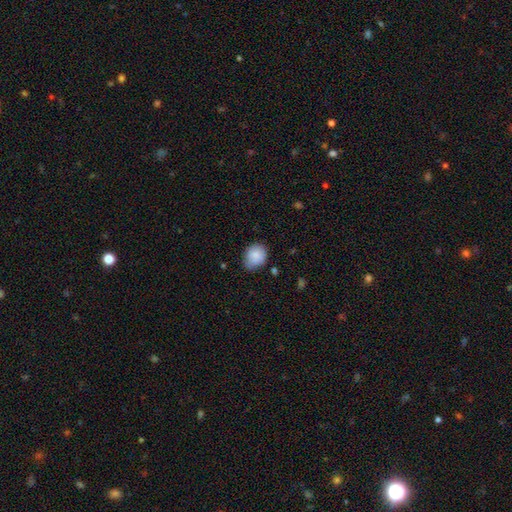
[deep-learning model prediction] Smooth or featured? Predicted: smooth (p=0.85). How rounded? Predicted: round (p=0.56). Merging? Predicted: none (p=0.62).